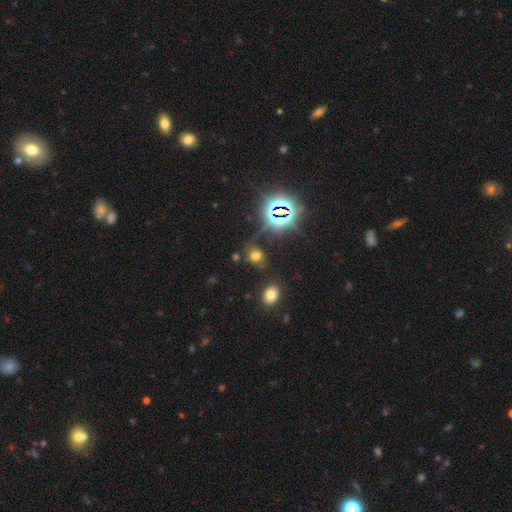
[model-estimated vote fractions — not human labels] Morphology: type=smooth (49%); merging=none (64%).